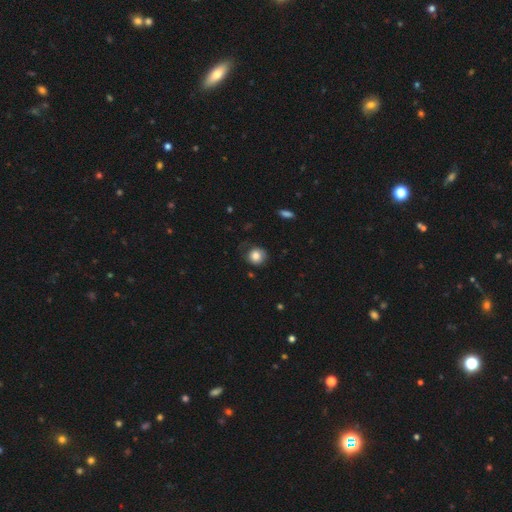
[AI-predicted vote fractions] Smooth or featured: smooth — 83% (star or artifact — 9%)
How rounded: round — 83% (in between — 16%)
Merging: none — 69% (minor disturbance — 21%)